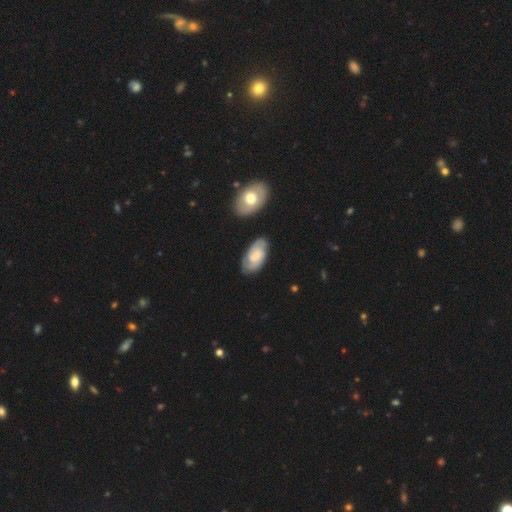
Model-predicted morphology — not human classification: Smooth or featured? featured or disk (65%)
Edge-on disk? no (95%)
Bar? no (58%)
Spiral arms? yes (91%)
Spiral winding? tight (53%)
Spiral arm count? 2 (53%)
Bulge size? small (48%)
Merging? none (77%)